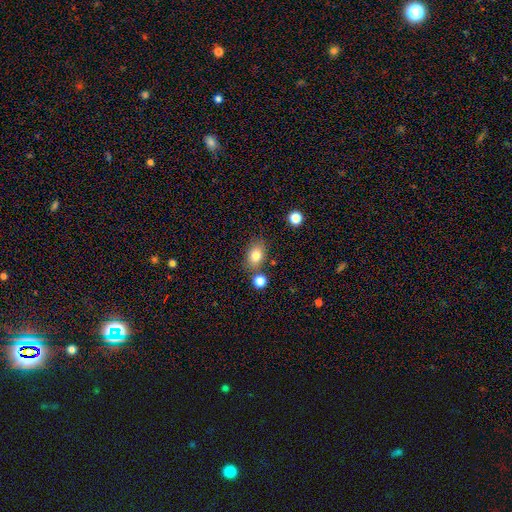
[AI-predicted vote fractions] Smooth or featured? Predicted: smooth (p=0.81). How rounded? Predicted: in between (p=0.73). Merging? Predicted: none (p=0.70).